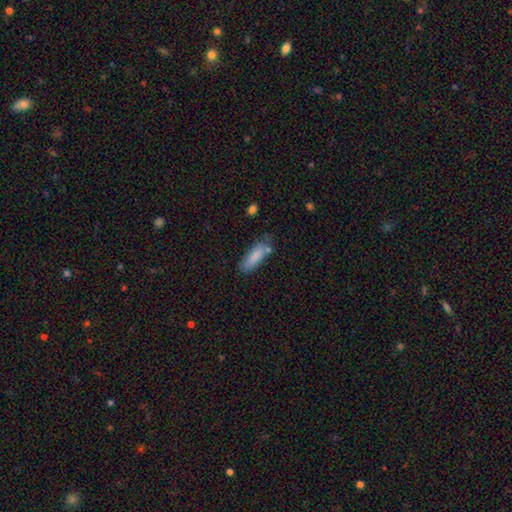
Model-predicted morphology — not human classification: A smooth galaxy with no disk features (82%) that is in between round and cigar-shaped (49%, tied with cigar-shaped). Merging: none (66%).